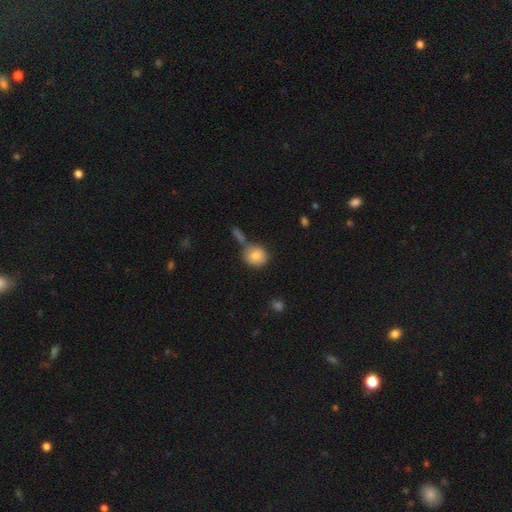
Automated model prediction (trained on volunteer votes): Q: Smooth or featured?
A: smooth (83%); runner-up: featured or disk (9%)
Q: How rounded?
A: round (81%); runner-up: in between (18%)
Q: Merging?
A: none (59%); runner-up: merger (21%)